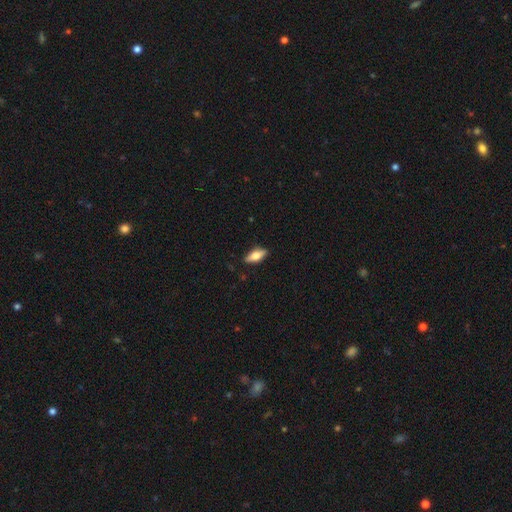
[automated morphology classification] A smooth galaxy with no disk features (66%) that is in between round and cigar-shaped (78%). Merging: none (87%).